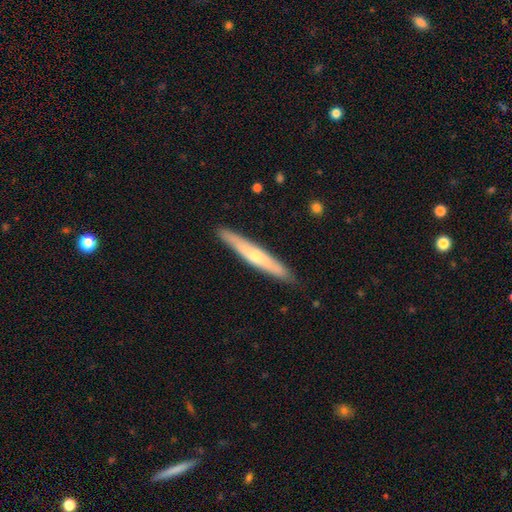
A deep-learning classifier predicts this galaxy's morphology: featured or disk 51%, smooth 44%, star or artifact 5%. Down the decision tree: edge-on disk — yes (88%); merging — none (89%).